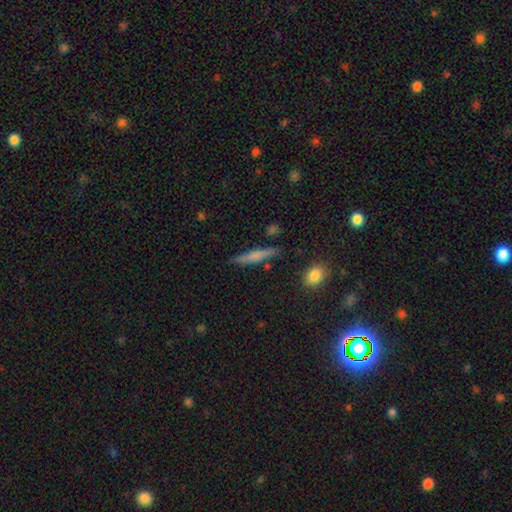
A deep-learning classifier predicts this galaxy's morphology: Smooth or featured: smooth — 55% (featured or disk — 38%)
How rounded: cigar-shaped — 91% (in between — 7%)
Merging: none — 84% (minor disturbance — 11%)